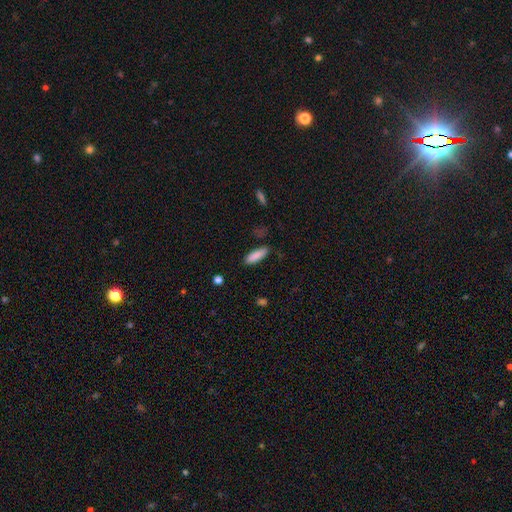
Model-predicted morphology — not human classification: Overall: smooth (87%). How rounded: cigar-shaped (57%; in between 41%). Merging: none (83%).